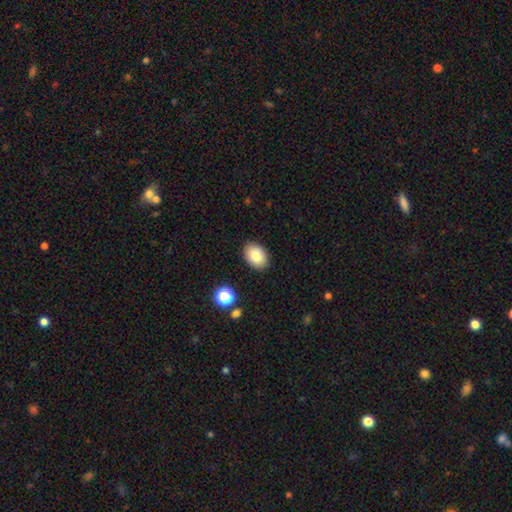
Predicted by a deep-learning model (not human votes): smooth 82%, featured or disk 10%, star or artifact 9%. Down the decision tree: how rounded — in between (81%); merging — none (89%).